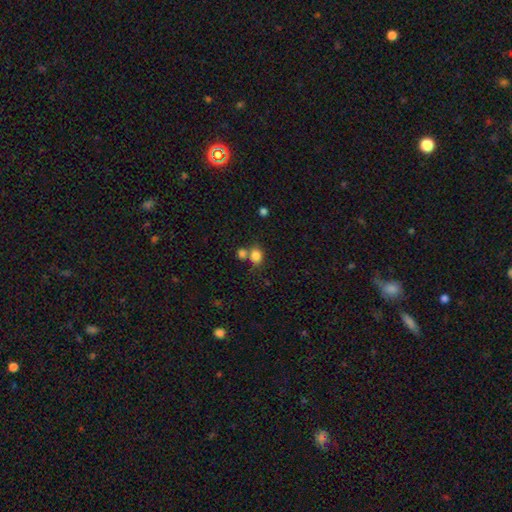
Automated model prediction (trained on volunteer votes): The model was most divided on "how rounded": round: 54%, in between: 45%, cigar-shaped: 1%. More confident: smooth or featured — smooth (82%); merging — none (54%).